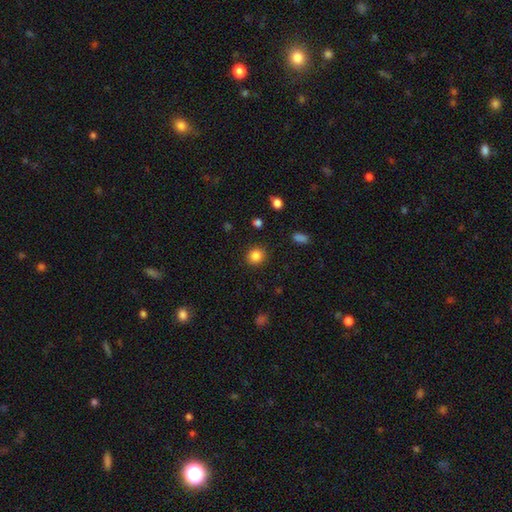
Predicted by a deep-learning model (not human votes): Smooth or featured: smooth — 85% (star or artifact — 11%)
How rounded: round — 87% (in between — 12%)
Merging: none — 90% (minor disturbance — 6%)